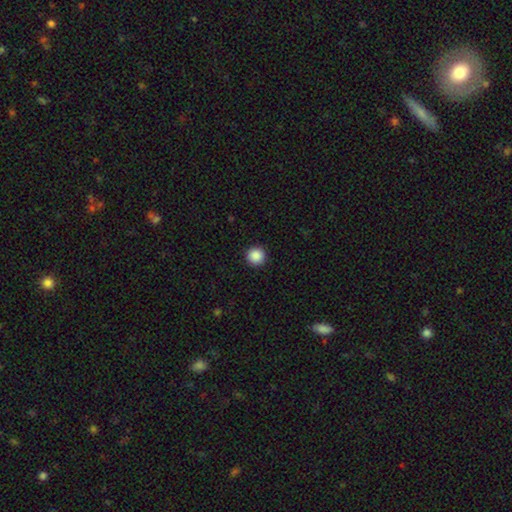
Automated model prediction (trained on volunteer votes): smooth_or_featured: smooth (p=0.88) [alt: star or artifact p=0.09]
how_rounded: round (p=0.96) [alt: in between p=0.03]
merging: none (p=0.93) [alt: minor disturbance p=0.05]